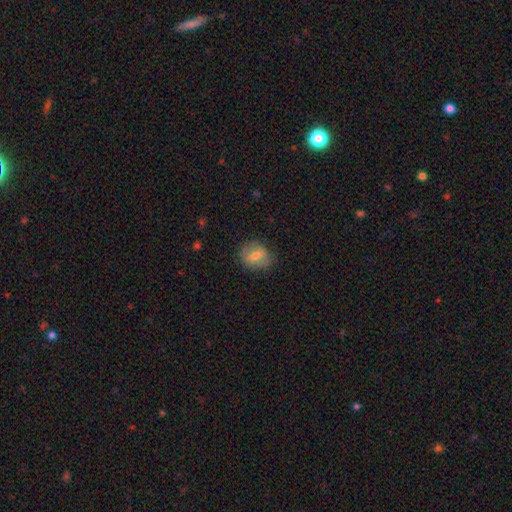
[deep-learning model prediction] The model was most divided on "how rounded": round: 54%, in between: 44%, cigar-shaped: 2%. More confident: merging — none (77%); smooth or featured — smooth (58%).